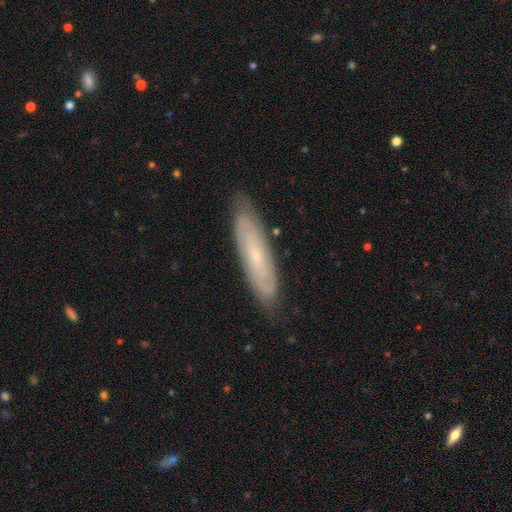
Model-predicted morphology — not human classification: A featured or disk galaxy (61%). Merging: none (82%).